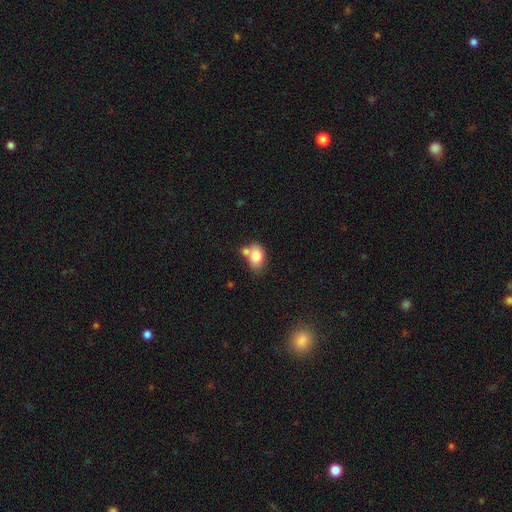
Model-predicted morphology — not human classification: This appears to be a smooth galaxy with no disk features (81%) that is in between round and cigar-shaped (82%). Merging: none (41%).